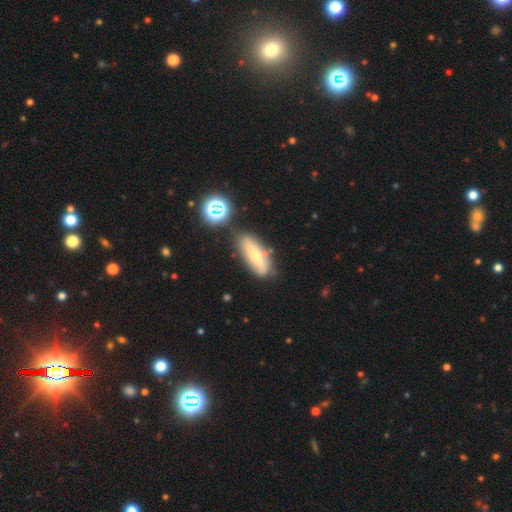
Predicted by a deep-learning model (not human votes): A smooth galaxy with no disk features (49%).

Vote fractions:
- Smooth or featured? smooth: 49% / featured or disk: 40% / star or artifact: 11%
- Merging? none: 68% / minor disturbance: 18% / merger: 9% / major disturbance: 5%